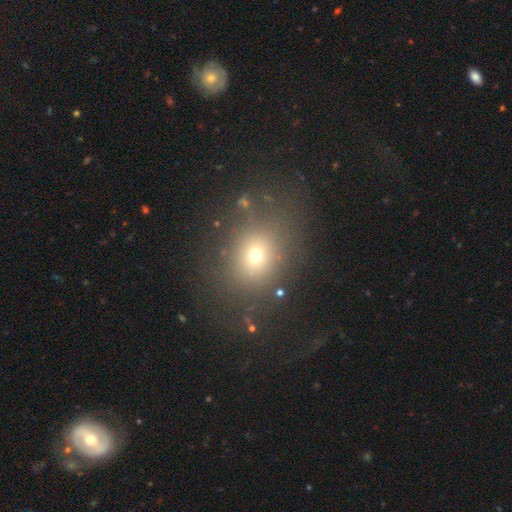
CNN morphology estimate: A smooth galaxy with no disk features (66%) that is round (68%). Merging: none (78%).